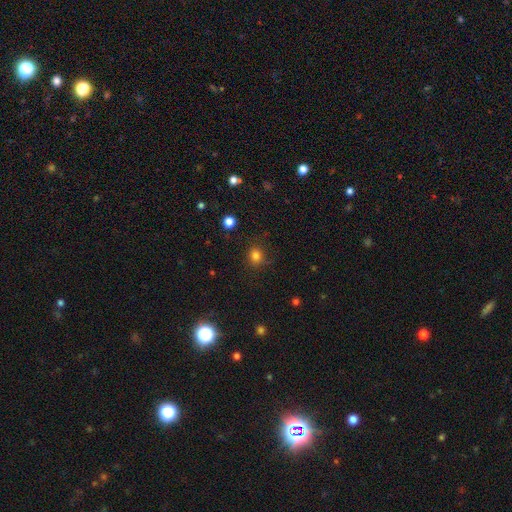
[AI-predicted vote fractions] Morphology: type=smooth (80%); roundness=round (81%); merging=none (84%).